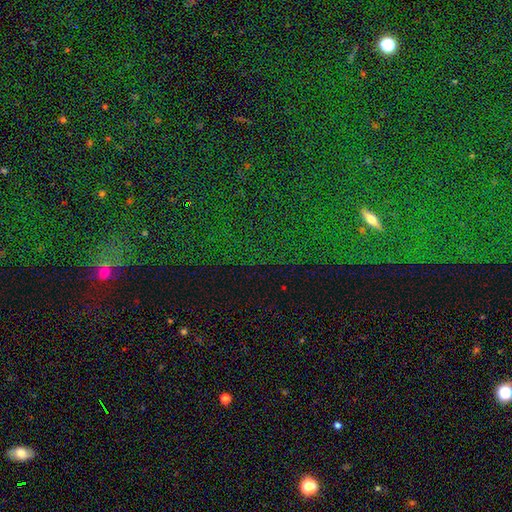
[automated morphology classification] This is clearly a star or artifact rather than a galaxy (82%).